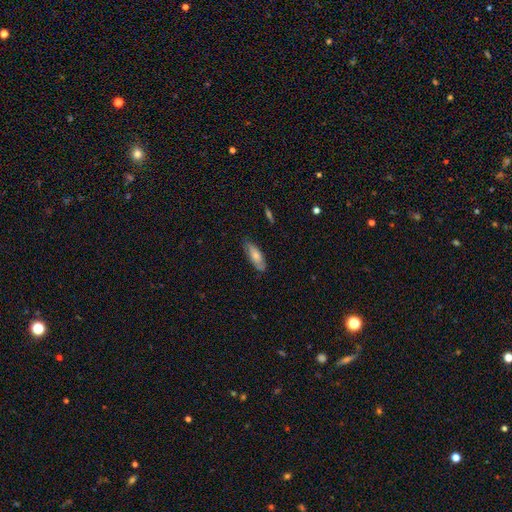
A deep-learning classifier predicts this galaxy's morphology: This is likely a smooth galaxy (71%). How rounded: likely in between (68%). Merging: likely none (79%).